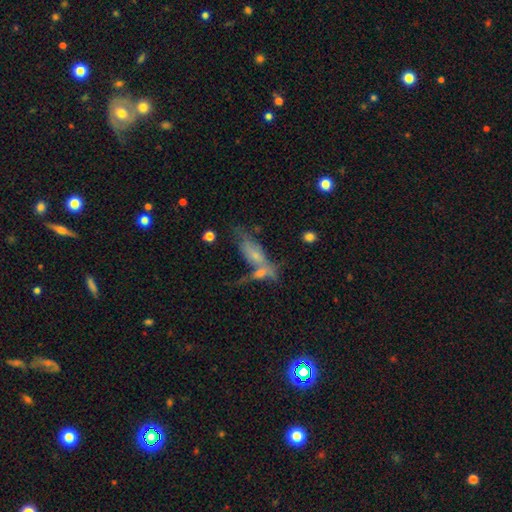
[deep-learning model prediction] Smooth or featured? smooth (43%)
Merging? merger (41%)